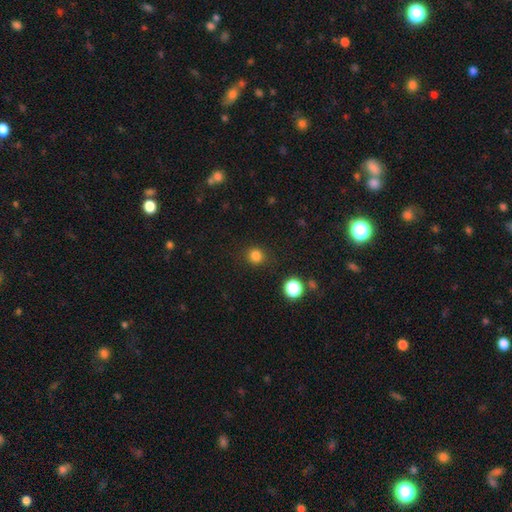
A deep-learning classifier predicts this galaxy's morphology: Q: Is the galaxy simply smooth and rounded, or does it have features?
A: smooth — 81%.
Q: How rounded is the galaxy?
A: round — 90%.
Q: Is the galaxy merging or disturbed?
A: none — 88%.